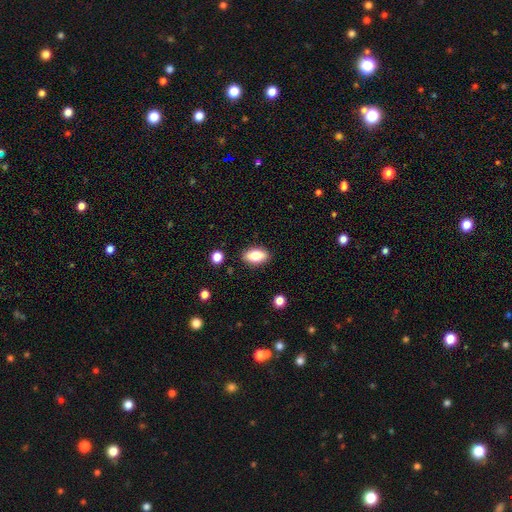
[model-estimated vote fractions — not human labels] The model was most divided on "smooth or featured": smooth: 80%, featured or disk: 13%, star or artifact: 8%. More confident: how rounded — in between (89%); merging — none (88%).